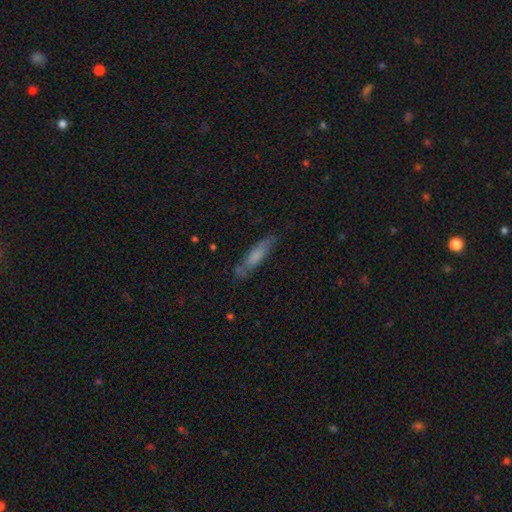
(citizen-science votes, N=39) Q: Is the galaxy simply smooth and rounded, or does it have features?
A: smooth — 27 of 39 (69%).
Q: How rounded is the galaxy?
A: cigar-shaped — 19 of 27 (70%).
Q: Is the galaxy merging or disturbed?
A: none — 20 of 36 (56%).